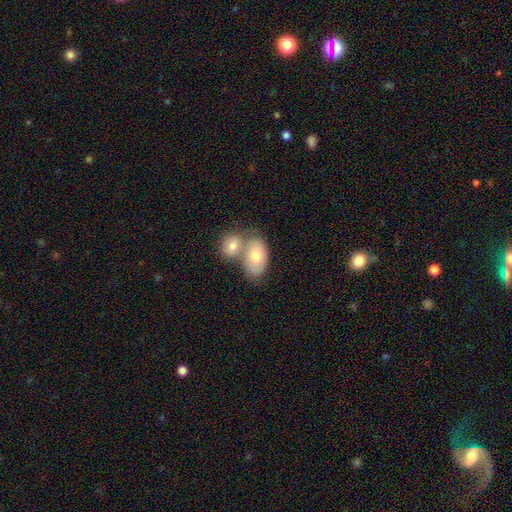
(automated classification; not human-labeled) The model was most divided on "merging": merger: 58%, none: 29%, minor disturbance: 9%, major disturbance: 4%. More confident: how rounded — in between (86%); smooth or featured — smooth (71%).